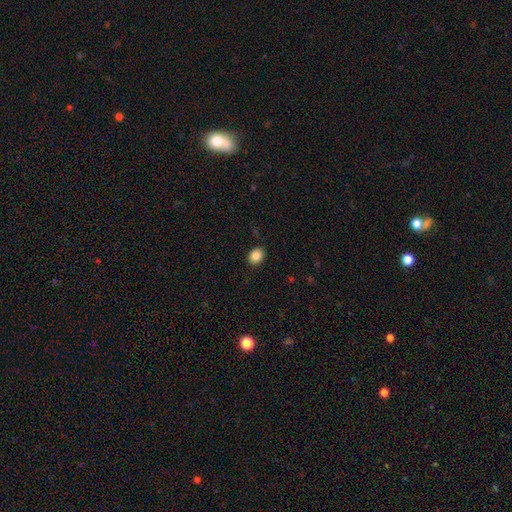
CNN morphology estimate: This is clearly a smooth galaxy (85%). How rounded: possibly in between (54%). Merging: clearly none (89%).